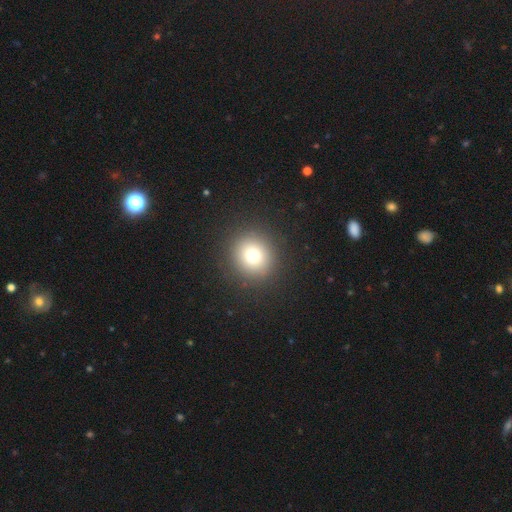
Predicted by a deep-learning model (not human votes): Smooth or featured: smooth — 74% (star or artifact — 16%)
How rounded: round — 90% (in between — 9%)
Merging: none — 92% (minor disturbance — 5%)